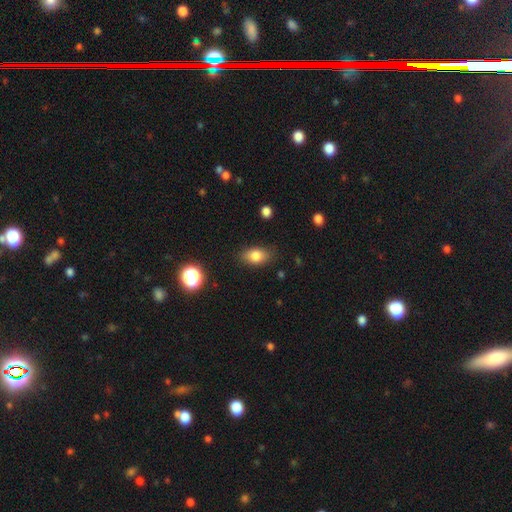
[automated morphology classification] smooth 81%, star or artifact 10%, featured or disk 9%. Down the decision tree: how rounded — in between (84%); merging — none (82%).